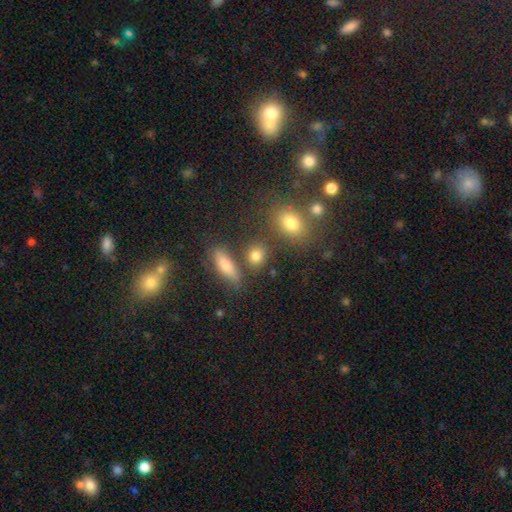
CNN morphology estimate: smooth_or_featured: smooth (p=0.79) [alt: star or artifact p=0.13]
how_rounded: round (p=0.59) [alt: in between p=0.36]
merging: none (p=0.73) [alt: merger p=0.12]